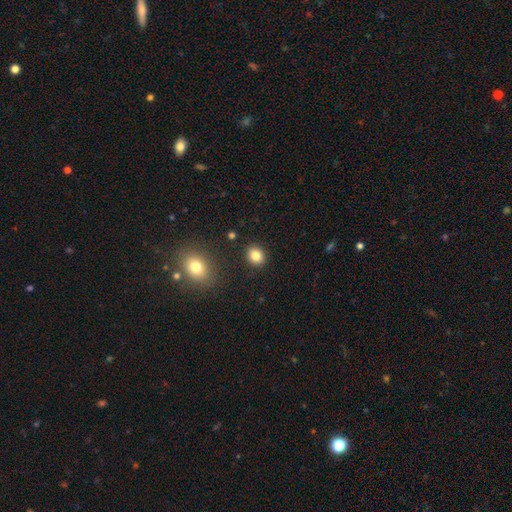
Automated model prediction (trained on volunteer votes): Smooth or featured? smooth (83%)
How rounded? round (62%)
Merging? none (89%)